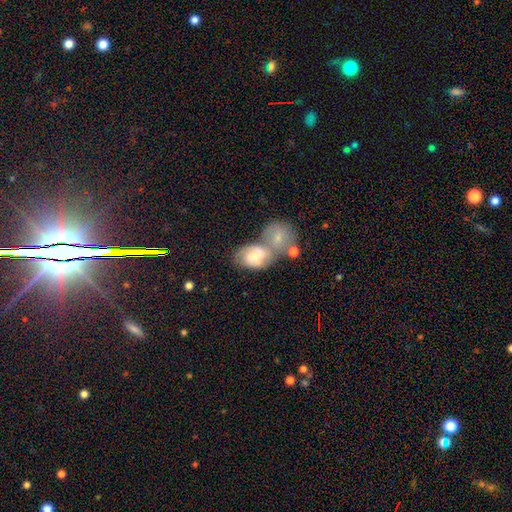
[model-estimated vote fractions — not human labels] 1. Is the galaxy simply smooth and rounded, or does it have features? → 53% smooth, 39% featured or disk, 7% star or artifact.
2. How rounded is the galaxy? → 77% in between, 21% round, 2% cigar-shaped.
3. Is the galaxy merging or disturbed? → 63% merger, 19% none, 11% minor disturbance, 7% major disturbance.